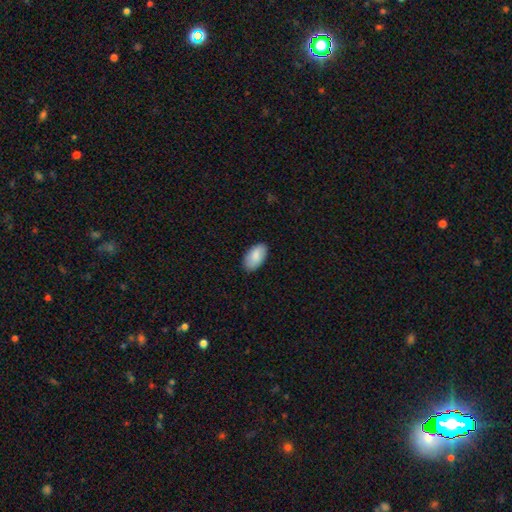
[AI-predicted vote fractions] Smooth or featured? smooth (87%)
How rounded? in between (95%)
Merging? none (87%)